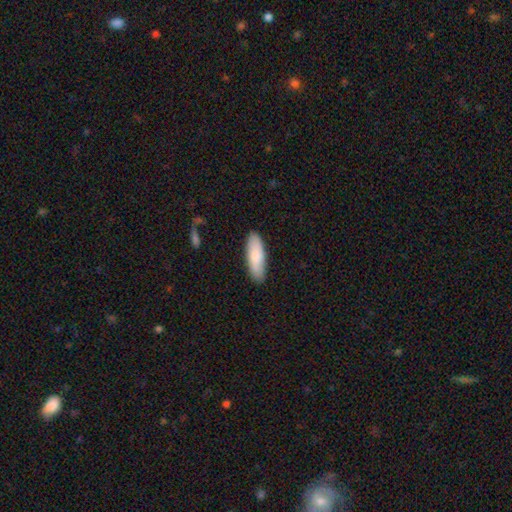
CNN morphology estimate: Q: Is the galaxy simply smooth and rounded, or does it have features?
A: smooth — 84%.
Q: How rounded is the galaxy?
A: in between — 55%.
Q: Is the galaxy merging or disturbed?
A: none — 87%.